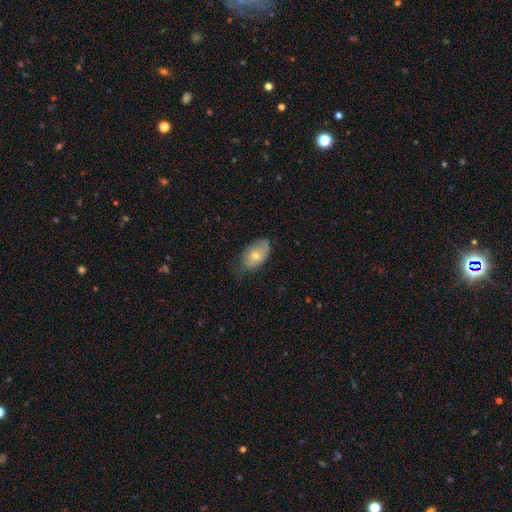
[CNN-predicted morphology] smooth_or_featured: smooth (p=0.60) [alt: featured or disk p=0.32]
how_rounded: in between (p=0.89) [alt: round p=0.09]
merging: none (p=0.59) [alt: minor disturbance p=0.32]